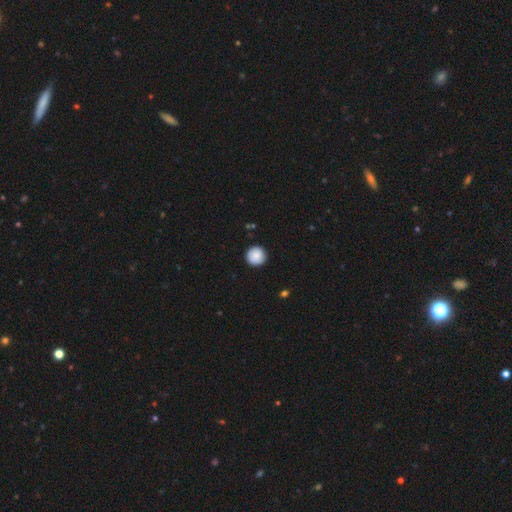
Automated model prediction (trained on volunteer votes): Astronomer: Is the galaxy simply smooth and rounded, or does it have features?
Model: smooth — 87%.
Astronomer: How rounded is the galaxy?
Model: round — 96%.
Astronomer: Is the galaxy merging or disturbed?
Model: none — 91%.